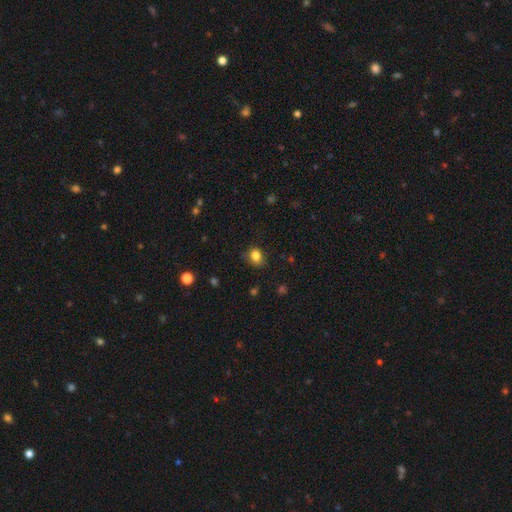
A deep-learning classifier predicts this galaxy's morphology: A smooth galaxy with no disk features (83%) that is round (51%).

Vote fractions:
- Smooth or featured? smooth: 83% / star or artifact: 11% / featured or disk: 6%
- How rounded? round: 51% / in between: 48% / cigar-shaped: 1%
- Merging? none: 72% / minor disturbance: 21% / major disturbance: 5% / merger: 2%